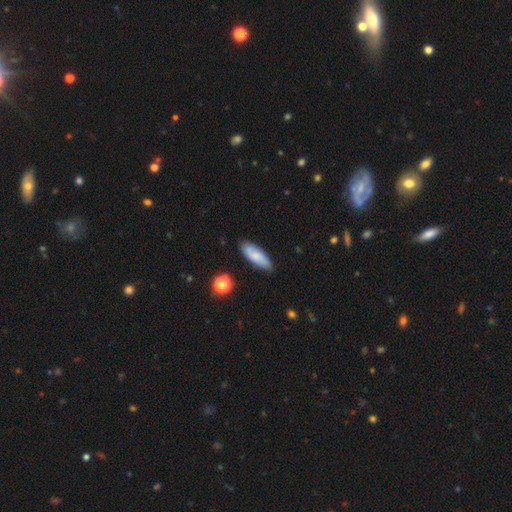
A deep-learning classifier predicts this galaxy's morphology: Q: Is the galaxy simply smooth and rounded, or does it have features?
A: smooth — 74%.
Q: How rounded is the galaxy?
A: in between — 66%.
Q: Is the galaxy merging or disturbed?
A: none — 81%.